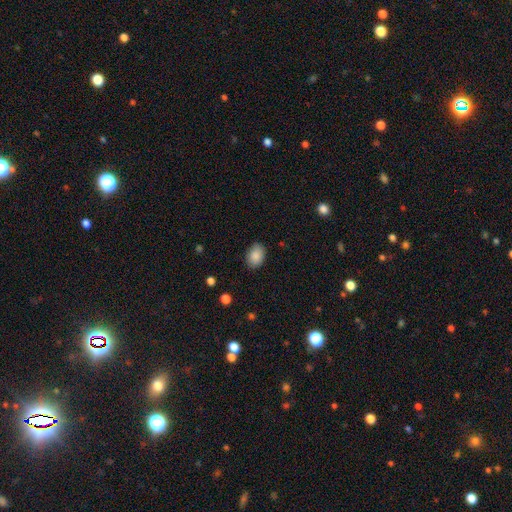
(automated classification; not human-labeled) Morphology: type=smooth (88%); roundness=in between (80%); merging=none (86%).